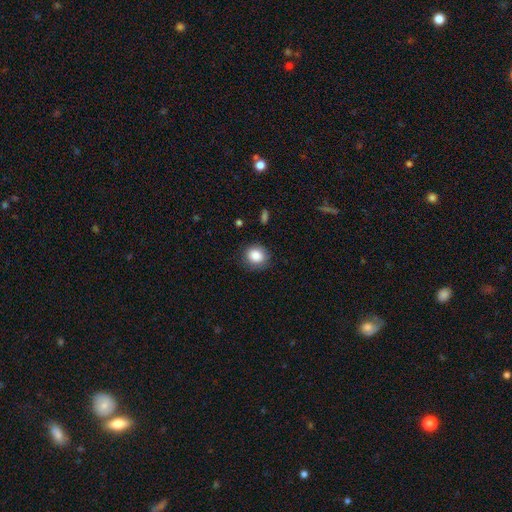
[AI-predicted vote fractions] Smooth or featured?
  - smooth: 86% *
  - star or artifact: 9%
  - featured or disk: 5%
How rounded?
  - round: 79% *
  - in between: 20%
  - cigar-shaped: 1%
Merging?
  - none: 82% *
  - minor disturbance: 13%
  - major disturbance: 4%
  - merger: 1%